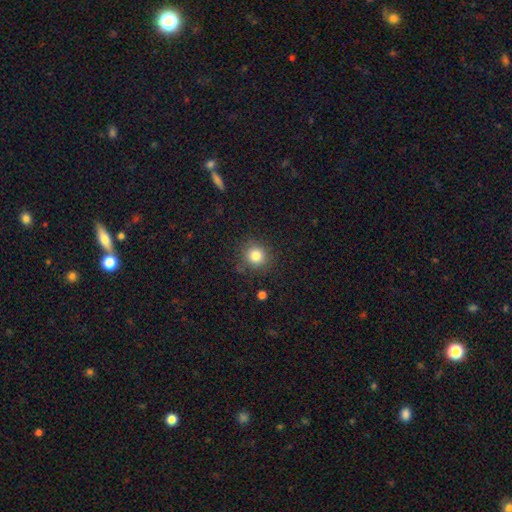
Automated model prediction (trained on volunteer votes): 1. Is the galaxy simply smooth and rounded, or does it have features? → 83% smooth, 11% star or artifact, 6% featured or disk.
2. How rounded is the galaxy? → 90% round, 9% in between, 1% cigar-shaped.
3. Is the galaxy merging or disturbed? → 86% none, 9% minor disturbance, 3% major disturbance, 2% merger.